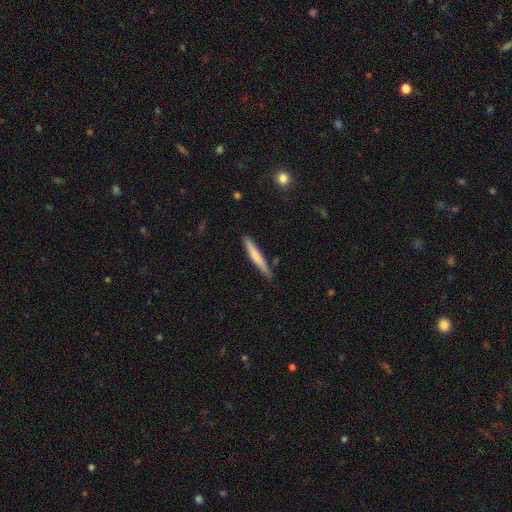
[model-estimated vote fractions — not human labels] This is likely a smooth galaxy (67%). How rounded: clearly cigar-shaped (95%). Merging: clearly none (83%).